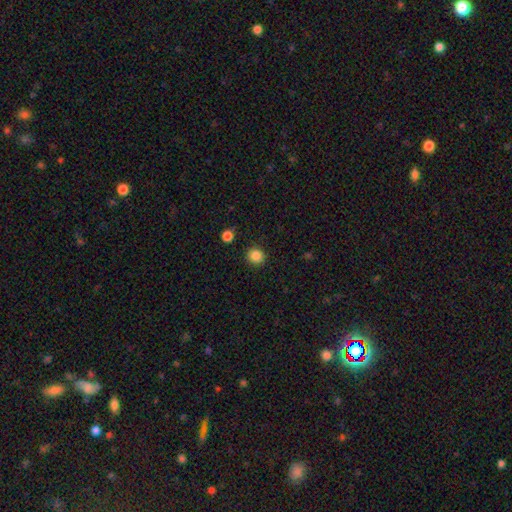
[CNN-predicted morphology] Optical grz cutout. It shows a smooth galaxy with no disk features (86%) that is round (93%). Merging: none (91%).